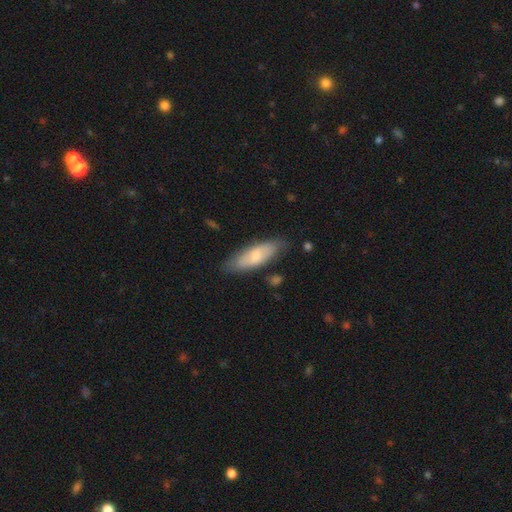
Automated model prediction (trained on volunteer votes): Smooth or featured? smooth (66%)
How rounded? in between (63%)
Merging? none (76%)